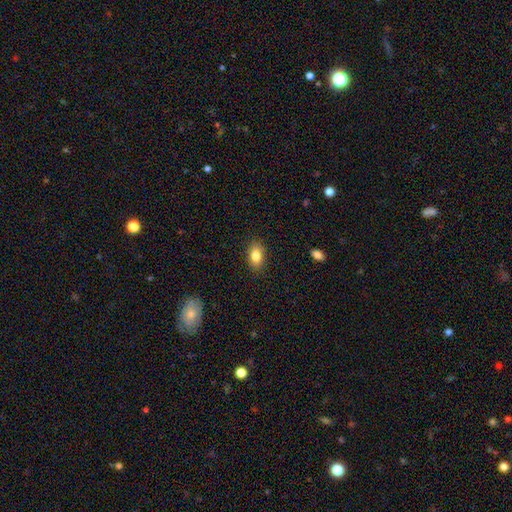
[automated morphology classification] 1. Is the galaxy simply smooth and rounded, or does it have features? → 82% smooth, 9% featured or disk, 8% star or artifact.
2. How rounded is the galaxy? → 86% in between, 12% round, 2% cigar-shaped.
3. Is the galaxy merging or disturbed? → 88% none, 9% minor disturbance, 2% major disturbance, 1% merger.